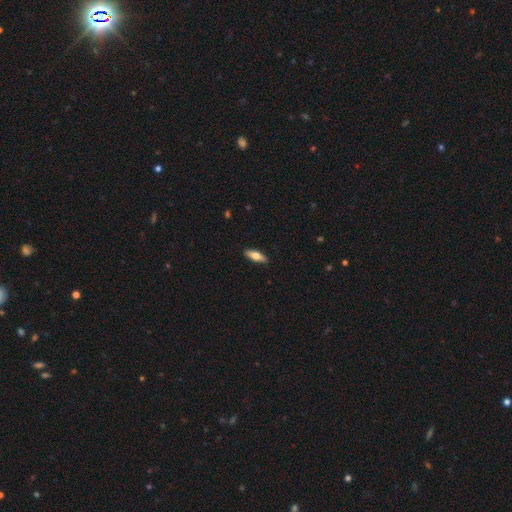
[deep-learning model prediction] A smooth galaxy with no disk features (68%) that is in between round and cigar-shaped (62%). Merging: none (90%).